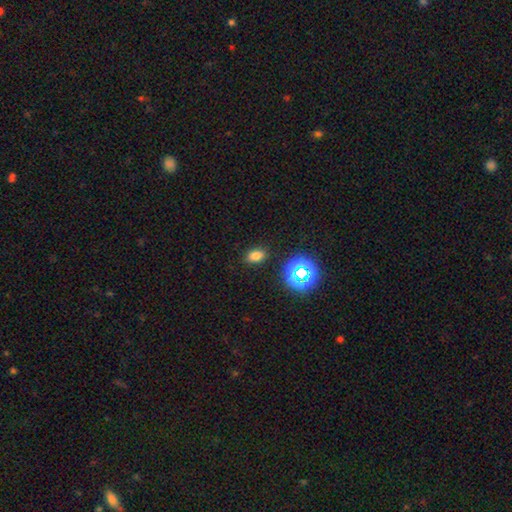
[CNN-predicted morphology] Smooth or featured: smooth — 73% (star or artifact — 20%)
How rounded: in between — 80% (round — 17%)
Merging: none — 87% (minor disturbance — 8%)